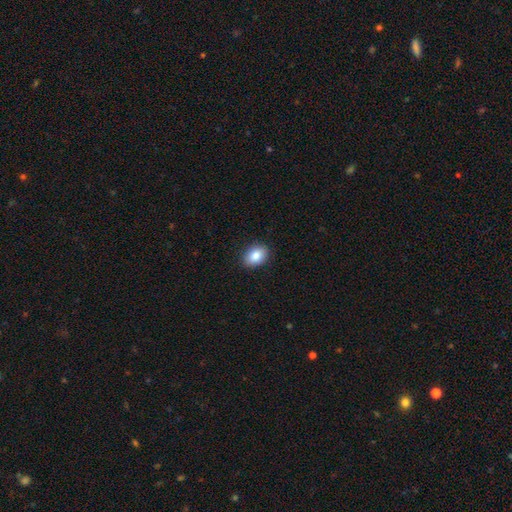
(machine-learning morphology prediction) Q: Smooth or featured?
A: smooth (86%); runner-up: star or artifact (8%)
Q: How rounded?
A: in between (79%); runner-up: round (20%)
Q: Merging?
A: none (89%); runner-up: minor disturbance (8%)